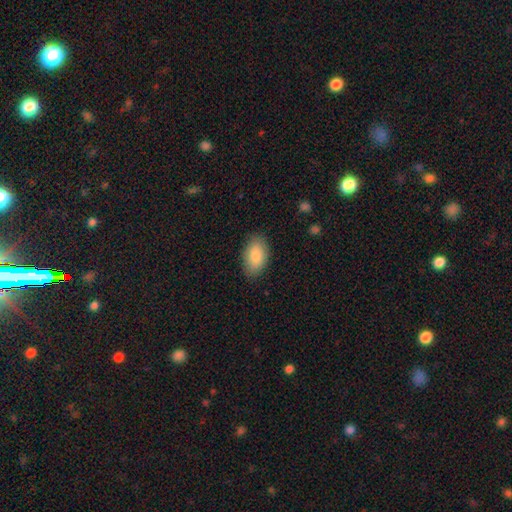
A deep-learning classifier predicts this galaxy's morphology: This appears to be a smooth galaxy with no disk features (85%) that is in between round and cigar-shaped (93%). Merging: none (85%).